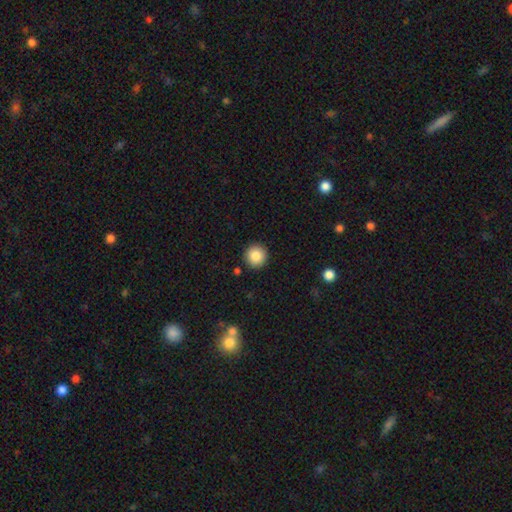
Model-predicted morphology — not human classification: A smooth galaxy with no disk features (86%) that is round (95%). Merging: none (91%).